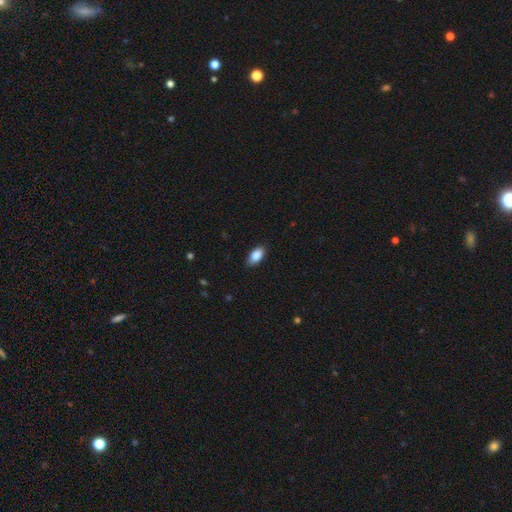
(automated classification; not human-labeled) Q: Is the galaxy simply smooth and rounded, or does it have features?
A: smooth — 86%.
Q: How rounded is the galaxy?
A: in between — 92%.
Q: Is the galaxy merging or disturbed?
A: none — 88%.